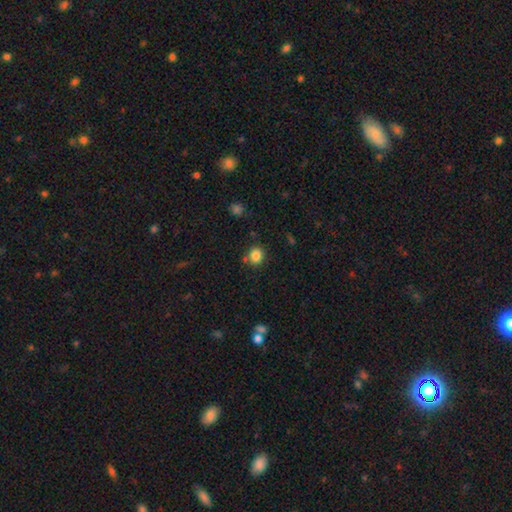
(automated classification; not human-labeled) This appears to be a smooth galaxy with no disk features (84%) that is round (75%). Merging: none (78%).